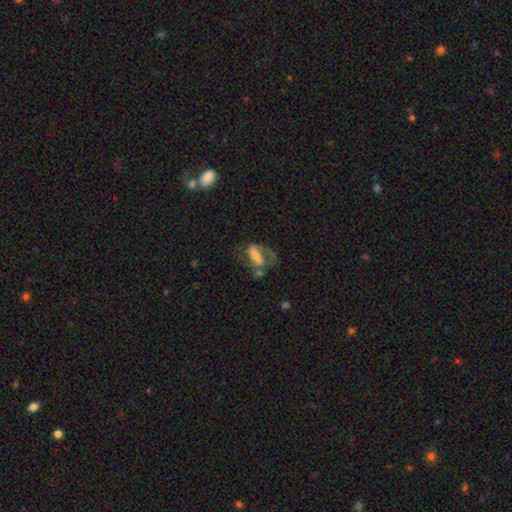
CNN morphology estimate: This is likely a featured or disk galaxy (64%). It is clearly not viewed edge-on (95%). Bar: marginally weak (35%). Spiral arm pattern: likely yes (79%). Central bulge: marginally moderate (36%). Merging: marginally major disturbance (35%).